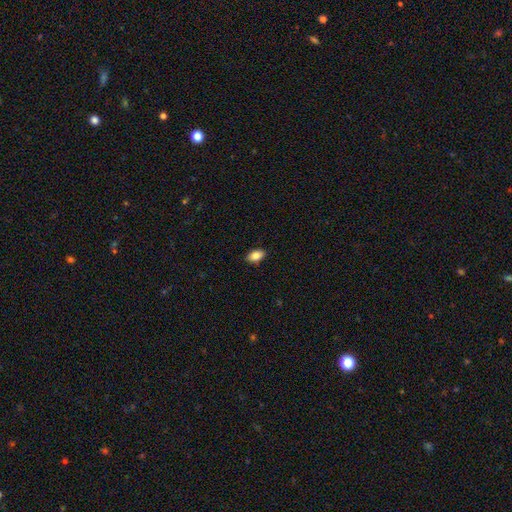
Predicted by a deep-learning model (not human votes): This is clearly a smooth galaxy (85%). How rounded: clearly in between (91%). Merging: clearly none (88%).